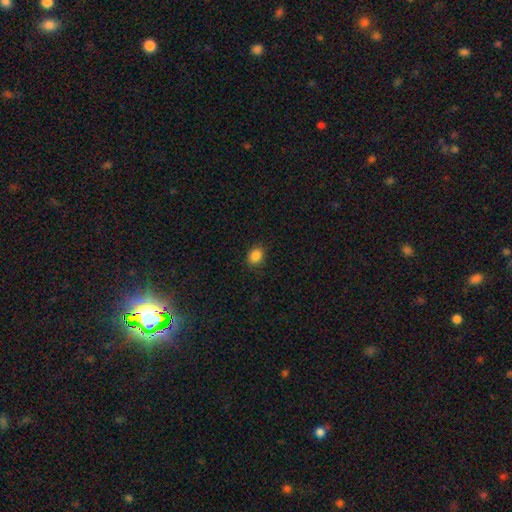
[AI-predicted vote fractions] smooth_or_featured: smooth (p=0.86) [alt: star or artifact p=0.10]
how_rounded: in between (p=0.50) [alt: round p=0.49]
merging: none (p=0.86) [alt: minor disturbance p=0.10]